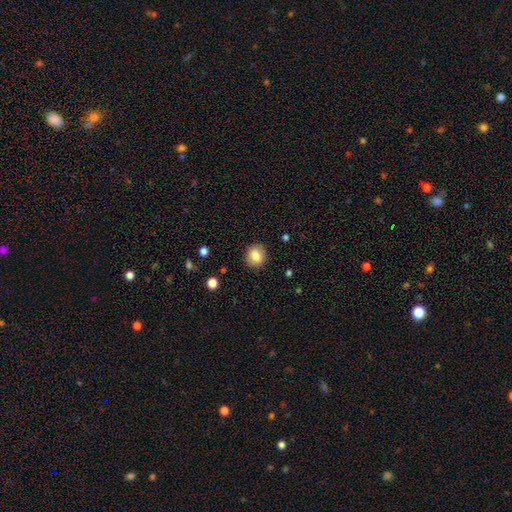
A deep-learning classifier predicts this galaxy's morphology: smooth-or-featured: smooth: 84% | star or artifact: 9% | featured or disk: 7%
  how-rounded: round: 78% | in between: 21% | cigar-shaped: 1%
  merging: none: 90% | minor disturbance: 7% | major disturbance: 2% | merger: 1%